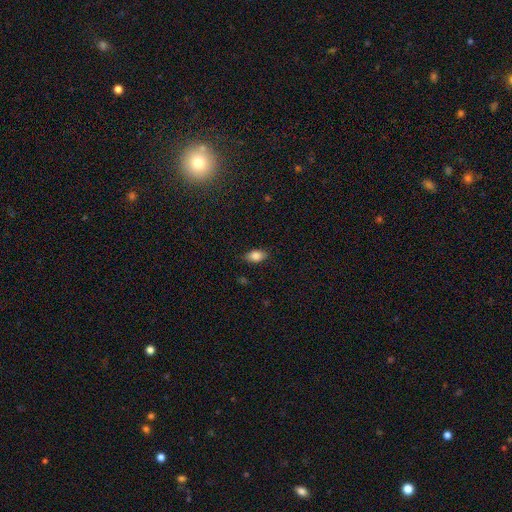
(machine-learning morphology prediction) smooth 85%, star or artifact 8%, featured or disk 6%. Down the decision tree: how rounded — in between (89%); merging — none (83%).